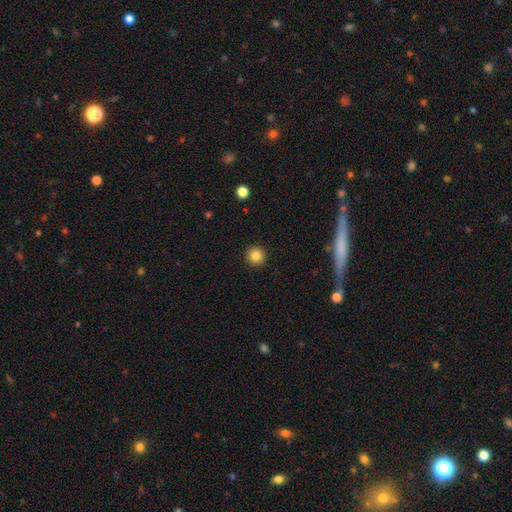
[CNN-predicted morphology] Smooth or featured? Predicted: smooth (p=0.84). How rounded? Predicted: round (p=0.96). Merging? Predicted: none (p=0.93).